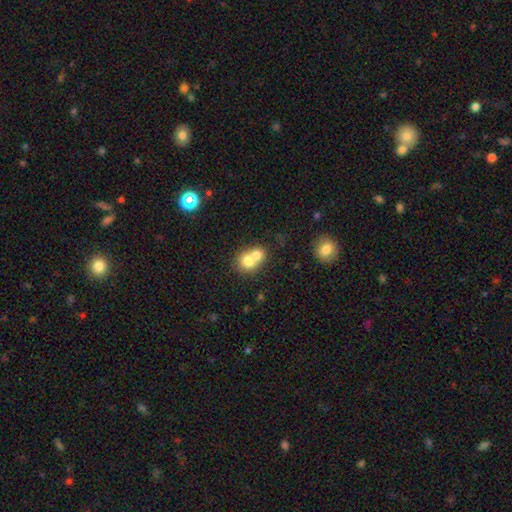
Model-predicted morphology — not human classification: Smooth or featured: smooth — 73% (featured or disk — 18%)
How rounded: round — 69% (in between — 30%)
Merging: merger — 70% (none — 23%)